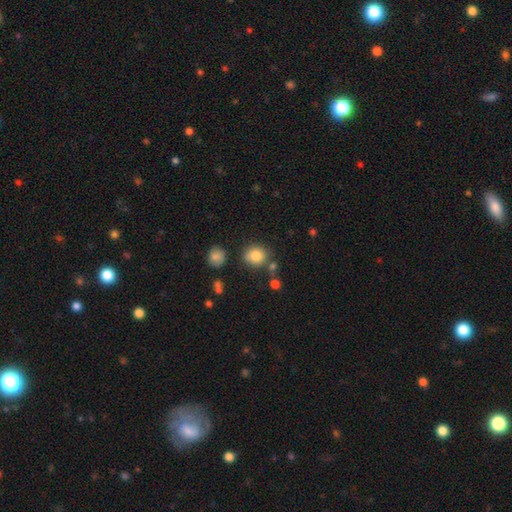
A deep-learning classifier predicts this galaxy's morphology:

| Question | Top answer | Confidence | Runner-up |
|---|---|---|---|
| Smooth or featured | smooth | 83% | star or artifact (11%) |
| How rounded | round | 80% | in between (19%) |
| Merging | none | 76% | minor disturbance (13%) |